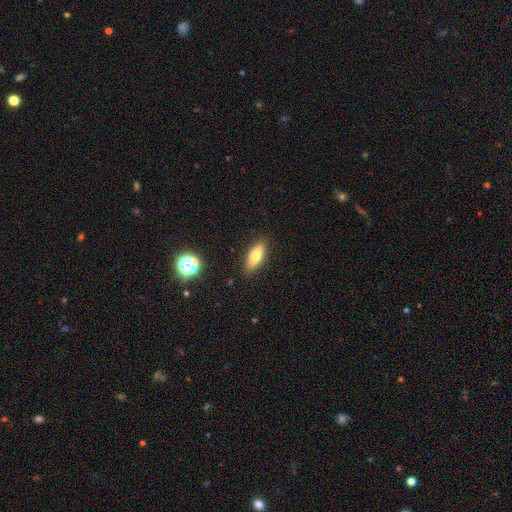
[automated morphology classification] type=smooth (75%); roundness=in between (74%); merging=none (86%).